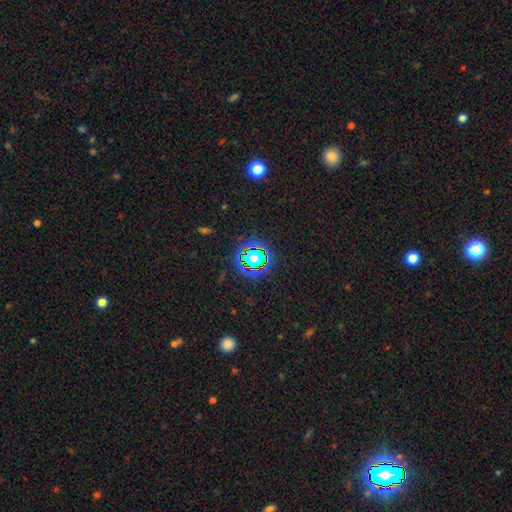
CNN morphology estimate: Smooth or featured? Predicted: star or artifact (p=0.62).